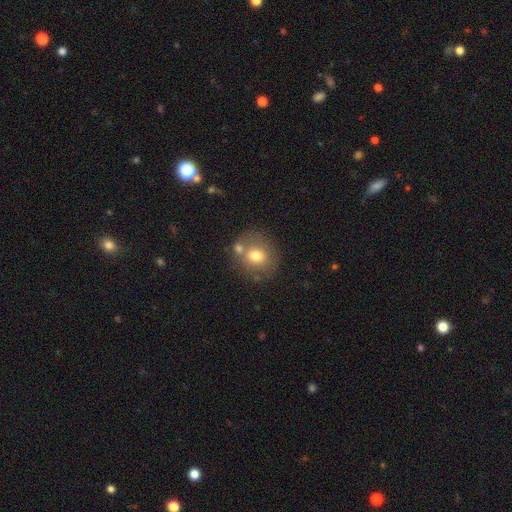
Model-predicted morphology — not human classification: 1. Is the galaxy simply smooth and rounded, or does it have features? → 71% smooth, 19% featured or disk, 10% star or artifact.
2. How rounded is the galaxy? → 79% round, 21% in between, 1% cigar-shaped.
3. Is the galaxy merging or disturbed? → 61% none, 20% merger, 14% minor disturbance, 5% major disturbance.